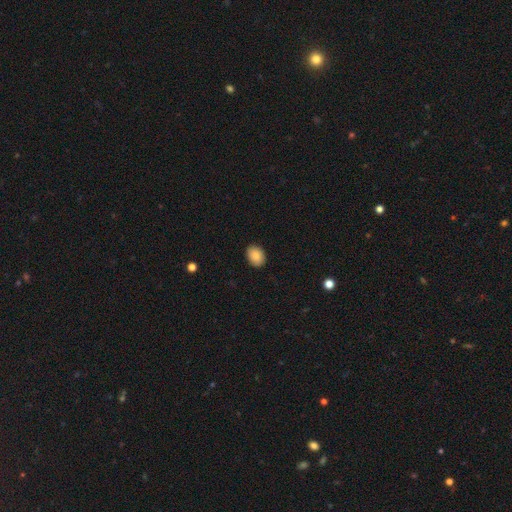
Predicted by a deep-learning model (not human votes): Overall: smooth (87%). How rounded: in between (69%; round 30%). Merging: none (88%).